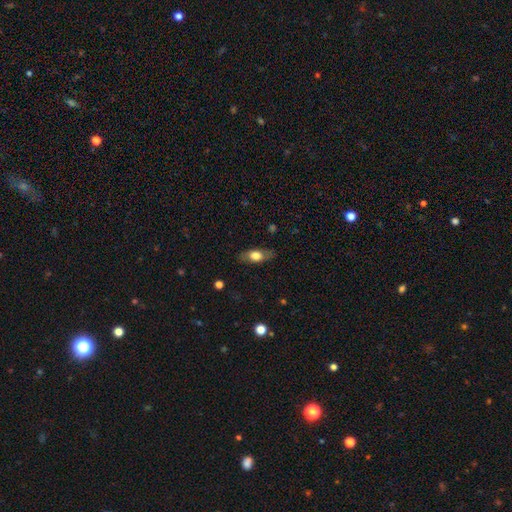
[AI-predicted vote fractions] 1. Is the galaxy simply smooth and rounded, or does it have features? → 64% smooth, 29% featured or disk, 7% star or artifact.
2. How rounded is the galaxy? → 76% in between, 17% cigar-shaped, 6% round.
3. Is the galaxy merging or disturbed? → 81% none, 14% minor disturbance, 4% major disturbance, 1% merger.